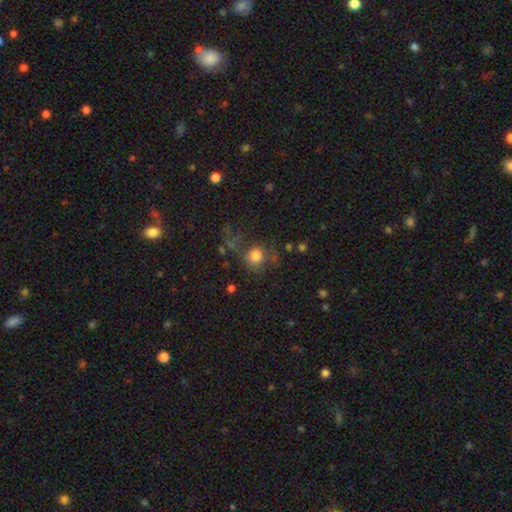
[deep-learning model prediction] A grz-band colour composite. It shows a smooth galaxy with no disk features (71%) that is round (80%). Merging: none (53%).